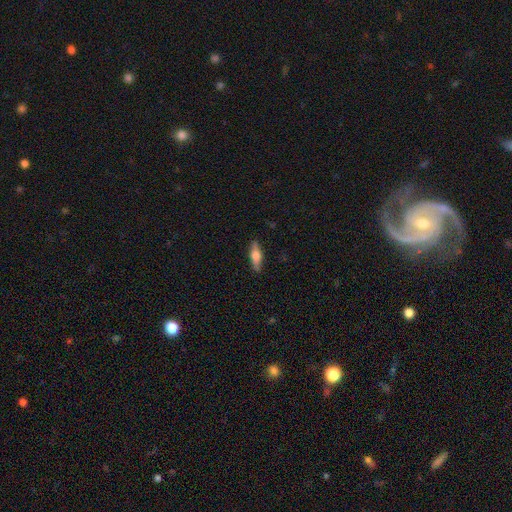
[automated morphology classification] A smooth galaxy with no disk features (54%) that is cigar-shaped (53%).

Vote fractions:
- Smooth or featured? smooth: 54% / featured or disk: 39% / star or artifact: 7%
- How rounded? cigar-shaped: 53% / in between: 44% / round: 3%
- Merging? none: 87% / minor disturbance: 9% / major disturbance: 2% / merger: 1%